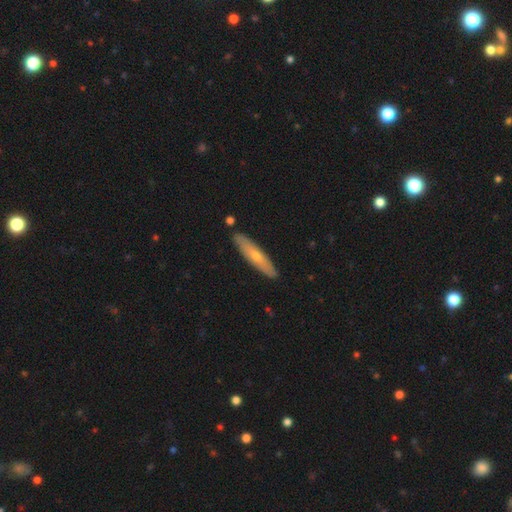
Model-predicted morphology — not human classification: Q: Smooth or featured?
A: smooth (51%); runner-up: featured or disk (43%)
Q: How rounded?
A: cigar-shaped (82%); runner-up: in between (16%)
Q: Merging?
A: none (87%); runner-up: minor disturbance (9%)